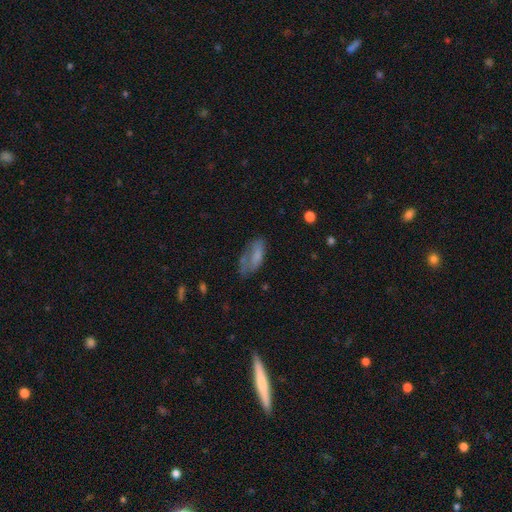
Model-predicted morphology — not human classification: This is likely a smooth galaxy (64%). How rounded: clearly in between (82%). Merging: marginally none (40%).